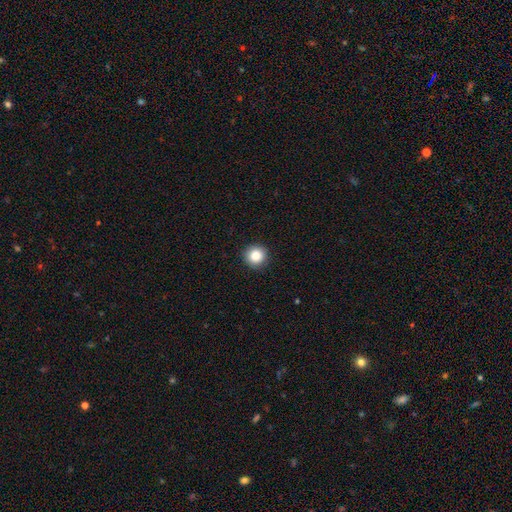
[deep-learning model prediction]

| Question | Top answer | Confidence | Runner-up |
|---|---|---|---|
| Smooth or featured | smooth | 86% | star or artifact (10%) |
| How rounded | round | 95% | in between (4%) |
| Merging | none | 92% | minor disturbance (5%) |